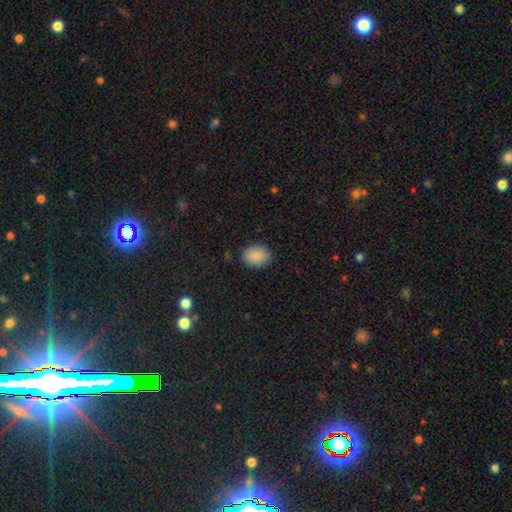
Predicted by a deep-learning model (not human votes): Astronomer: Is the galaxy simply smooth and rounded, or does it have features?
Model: smooth — 88%.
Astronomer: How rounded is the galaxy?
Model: in between — 55% (runner-up: round, 44%).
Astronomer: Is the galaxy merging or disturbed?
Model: none — 85%.